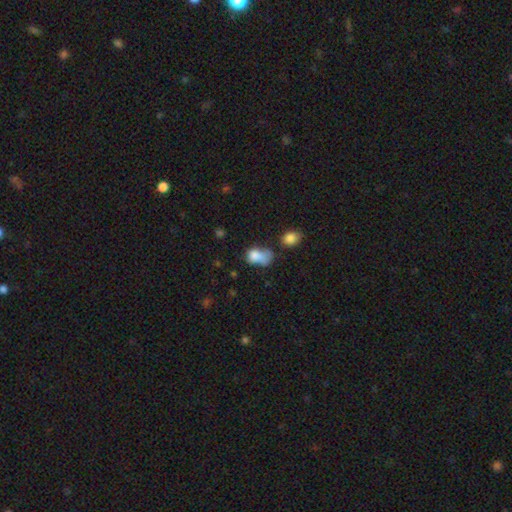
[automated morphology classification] A smooth galaxy with no disk features (76%) that is in between round and cigar-shaped (71%). Merging: merger (28%).